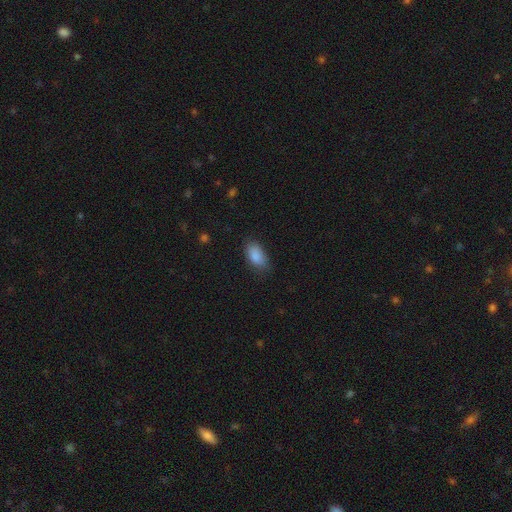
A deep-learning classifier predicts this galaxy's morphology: A smooth galaxy with no disk features (87%) that is in between round and cigar-shaped (92%). Merging: none (77%).